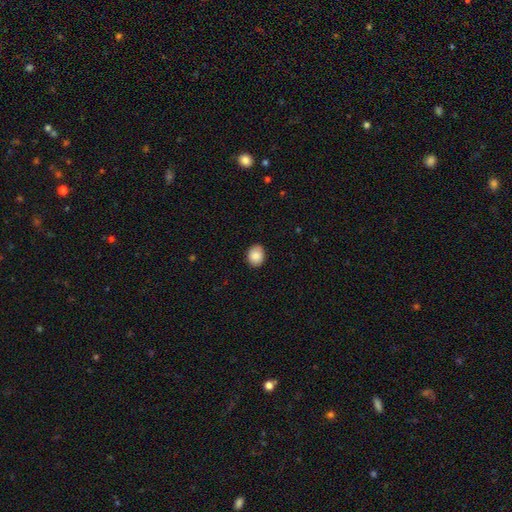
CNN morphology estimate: The model was most divided on "how rounded": round: 53%, in between: 46%, cigar-shaped: 1%. More confident: merging — none (88%); smooth or featured — smooth (88%).